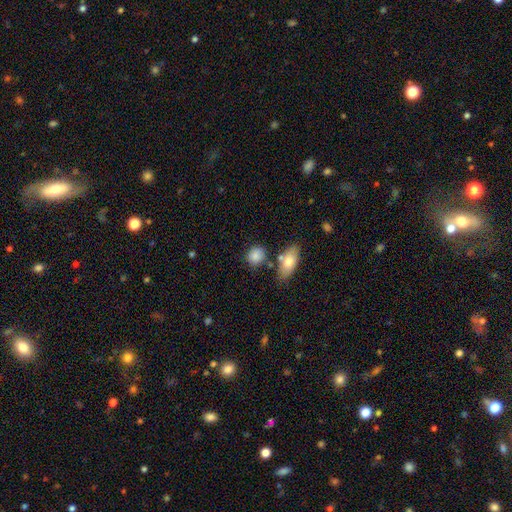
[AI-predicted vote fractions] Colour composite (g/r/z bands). It shows a smooth galaxy with no disk features (85%) that is round (63%). Merging: none (70%).